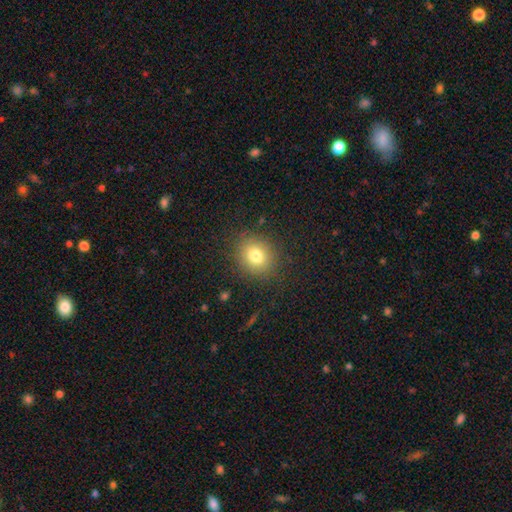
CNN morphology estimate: Smooth or featured?
  - smooth: 78% *
  - star or artifact: 13%
  - featured or disk: 10%
How rounded?
  - round: 74% *
  - in between: 25%
  - cigar-shaped: 1%
Merging?
  - none: 87% *
  - minor disturbance: 8%
  - major disturbance: 3%
  - merger: 1%